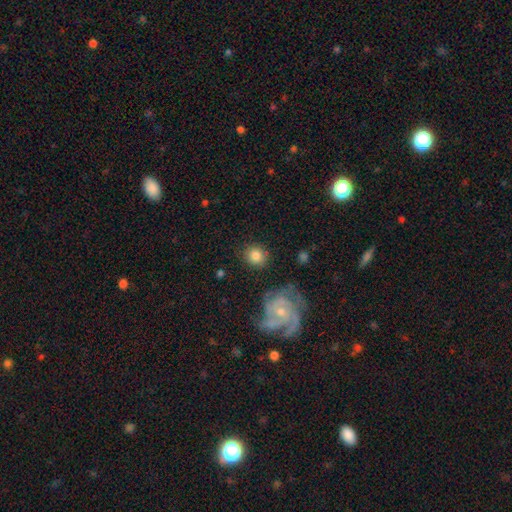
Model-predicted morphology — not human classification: smooth 80%, featured or disk 13%, star or artifact 7%. Down the decision tree: how rounded — round (85%); merging — none (84%).